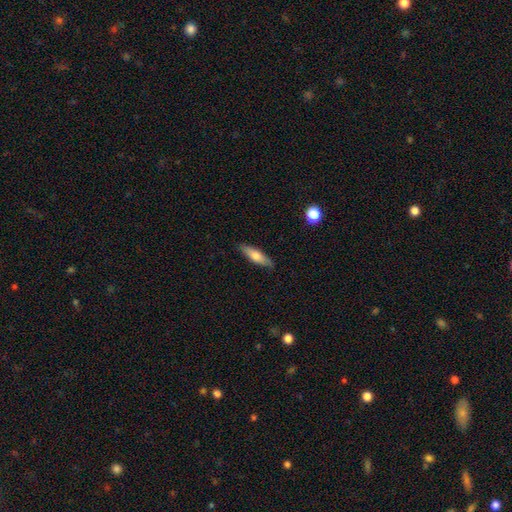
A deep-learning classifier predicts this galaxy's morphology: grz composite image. It shows a smooth galaxy with no disk features (66%) that is cigar-shaped (61%). Merging: none (86%).